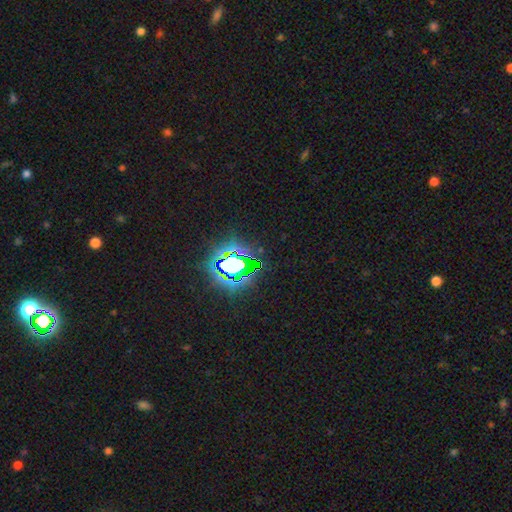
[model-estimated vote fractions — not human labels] Smooth or featured? Predicted: star or artifact (p=0.83).